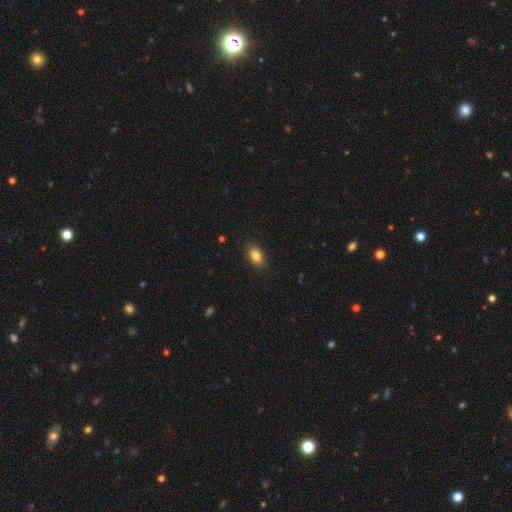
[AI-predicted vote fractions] smooth_or_featured: smooth (p=0.84) [alt: star or artifact p=0.09]
how_rounded: in between (p=0.84) [alt: round p=0.14]
merging: none (p=0.87) [alt: minor disturbance p=0.09]